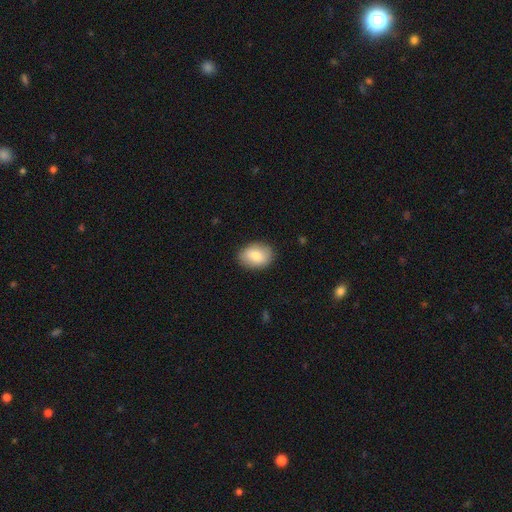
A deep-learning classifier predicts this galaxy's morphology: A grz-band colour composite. It shows a smooth galaxy with no disk features (81%) that is in between round and cigar-shaped (76%). Merging: none (86%).